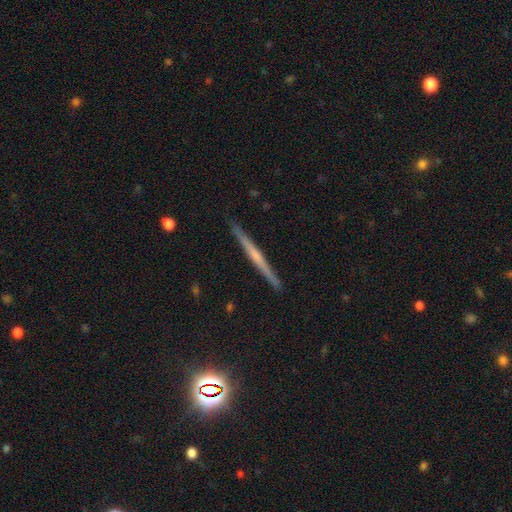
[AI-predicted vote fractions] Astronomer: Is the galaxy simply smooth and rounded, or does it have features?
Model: featured or disk — 66%.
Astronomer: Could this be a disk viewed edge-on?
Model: yes — 98%.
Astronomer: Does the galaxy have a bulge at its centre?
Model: none — 51% (runner-up: rounded, 39%).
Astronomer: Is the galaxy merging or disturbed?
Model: none — 91%.